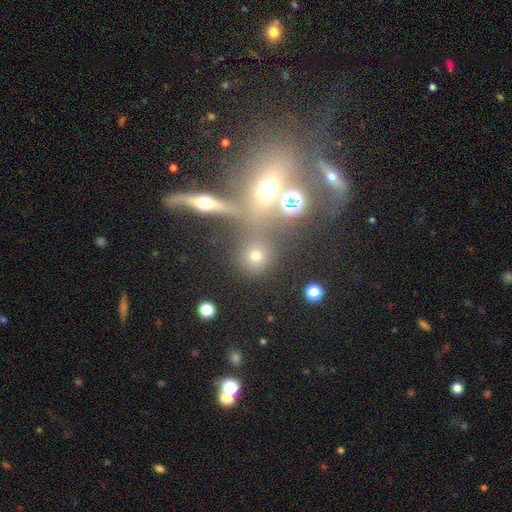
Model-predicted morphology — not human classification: The model was most divided on "smooth or featured": smooth: 64%, star or artifact: 22%, featured or disk: 13%. More confident: how rounded — round (86%); merging — none (69%).